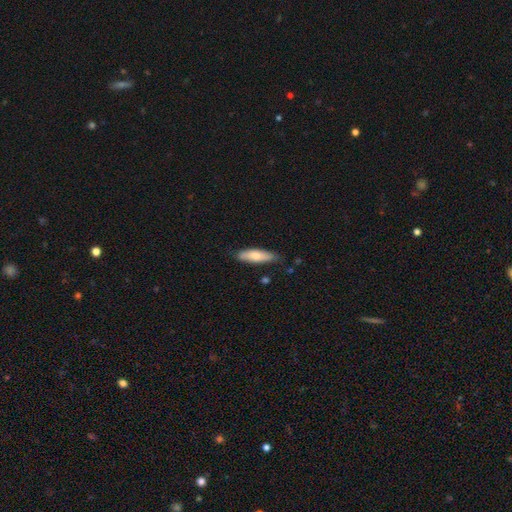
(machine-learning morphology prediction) The model was most divided on "how rounded": cigar-shaped: 56%, in between: 43%, round: 2%. More confident: merging — none (80%); smooth or featured — smooth (75%).